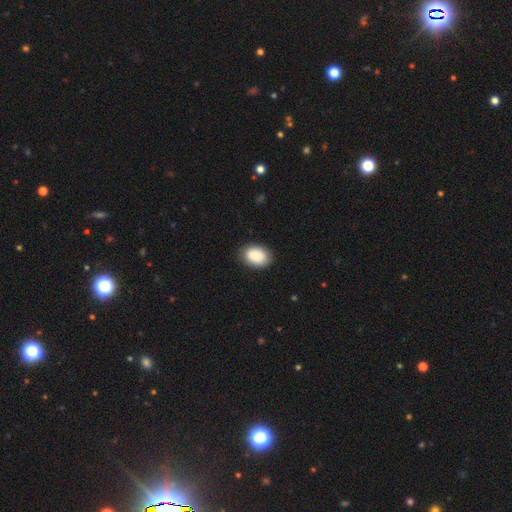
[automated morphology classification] Smooth or featured? smooth (82%)
How rounded? in between (78%)
Merging? none (85%)